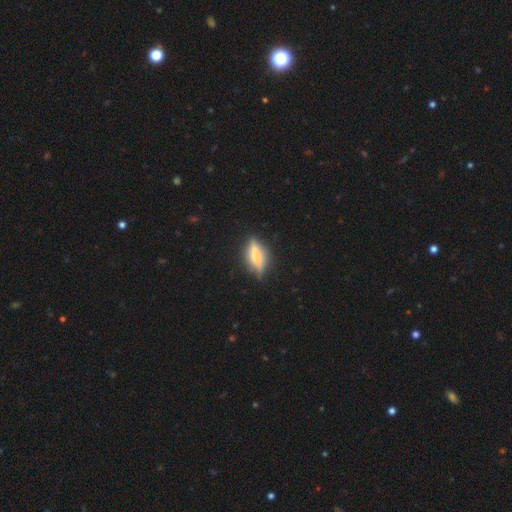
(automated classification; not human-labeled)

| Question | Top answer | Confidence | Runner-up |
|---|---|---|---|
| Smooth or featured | featured or disk | 51% | smooth (41%) |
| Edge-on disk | yes | 76% | no (24%) |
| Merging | none | 67% | minor disturbance (22%) |